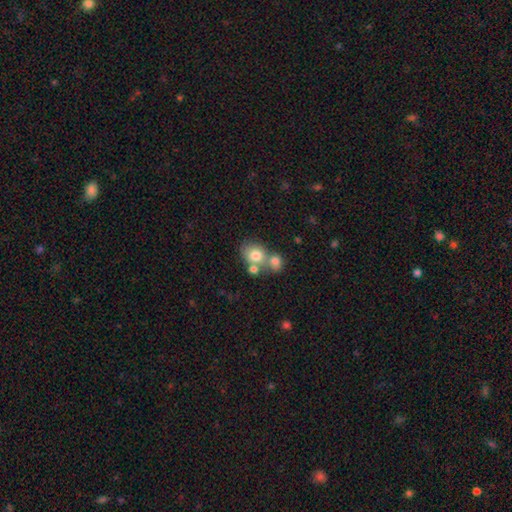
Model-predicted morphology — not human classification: Smooth or featured? Predicted: smooth (p=0.75). How rounded? Predicted: round (p=0.60). Merging? Predicted: merger (p=0.49).